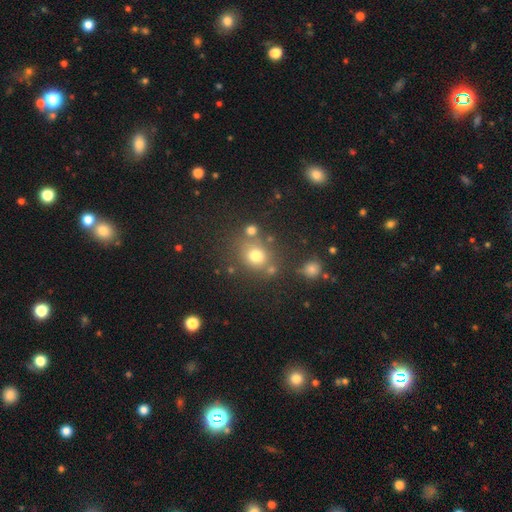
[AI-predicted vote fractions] smooth 72%, star or artifact 18%, featured or disk 9%. Down the decision tree: how rounded — round (75%); merging — none (68%).